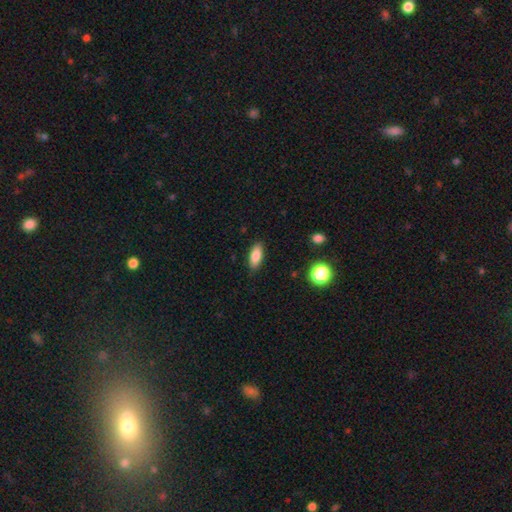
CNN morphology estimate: type=smooth (82%); roundness=in between (76%); merging=none (88%).